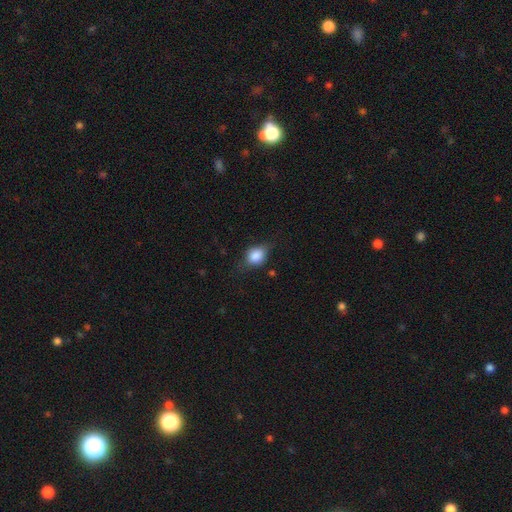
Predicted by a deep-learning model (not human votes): Q: Smooth or featured?
A: smooth (80%); runner-up: featured or disk (11%)
Q: How rounded?
A: in between (51%); runner-up: round (47%)
Q: Merging?
A: none (61%); runner-up: minor disturbance (28%)